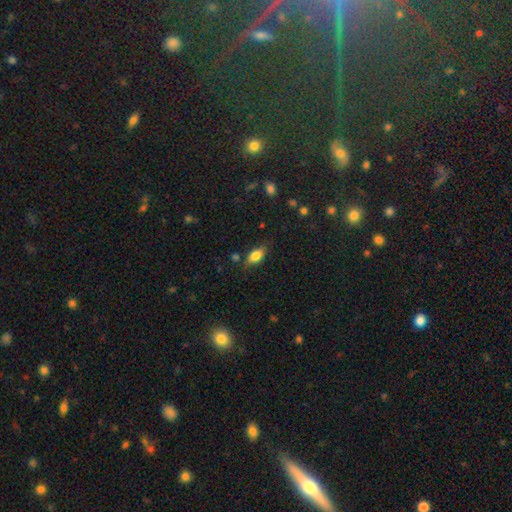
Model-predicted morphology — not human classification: A smooth galaxy with no disk features (74%) that is in between round and cigar-shaped (84%).

Vote fractions:
- Smooth or featured? smooth: 74% / featured or disk: 17% / star or artifact: 8%
- How rounded? in between: 84% / cigar-shaped: 10% / round: 6%
- Merging? none: 76% / minor disturbance: 18% / major disturbance: 4% / merger: 2%